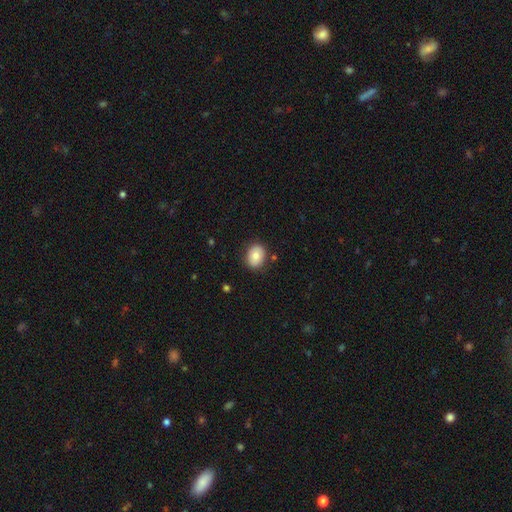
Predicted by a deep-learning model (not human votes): Smooth or featured?
  - smooth: 79% *
  - featured or disk: 13%
  - star or artifact: 8%
How rounded?
  - in between: 55% *
  - round: 44%
  - cigar-shaped: 1%
Merging?
  - none: 85% *
  - minor disturbance: 11%
  - major disturbance: 3%
  - merger: 2%